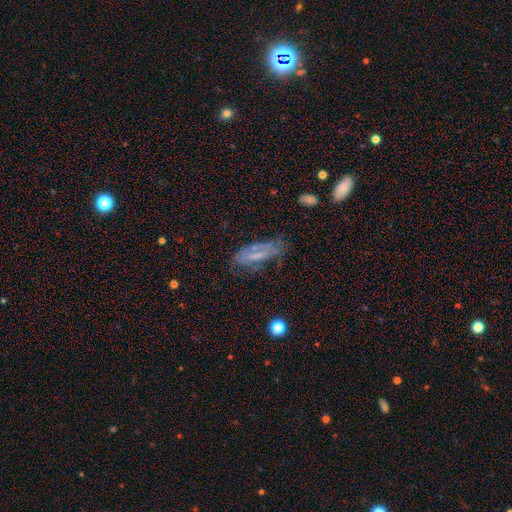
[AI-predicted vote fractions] Morphology: type=featured or disk (43%); merging=none (54%).